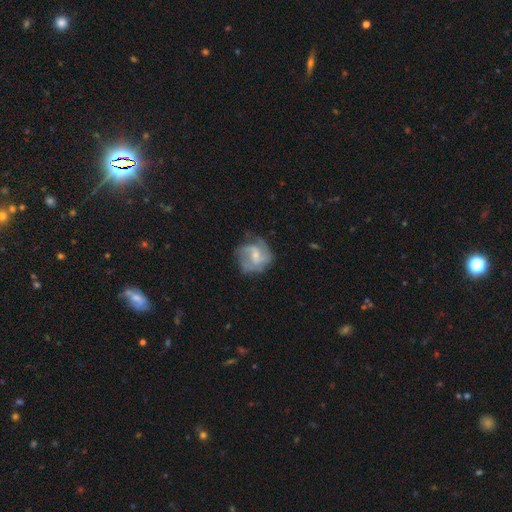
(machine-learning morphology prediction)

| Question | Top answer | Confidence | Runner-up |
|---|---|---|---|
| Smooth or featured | featured or disk | 75% | smooth (19%) |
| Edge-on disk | no | 98% | yes (2%) |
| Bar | weak | 47% | no (43%) |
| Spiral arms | yes | 90% | no (10%) |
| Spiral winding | medium | 48% | loose (28%) |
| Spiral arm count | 2 | 46% | 3 (22%) |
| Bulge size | small | 59% | moderate (32%) |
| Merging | none | 58% | minor disturbance (25%) |